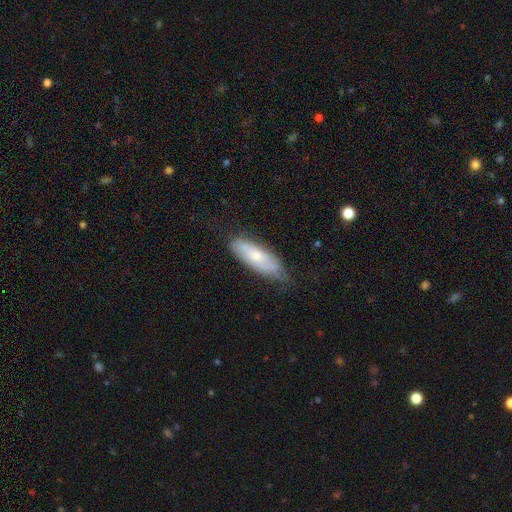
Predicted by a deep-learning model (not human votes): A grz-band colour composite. It shows a smooth galaxy with no disk features (58%) that is in between round and cigar-shaped (58%). Merging: none (67%).